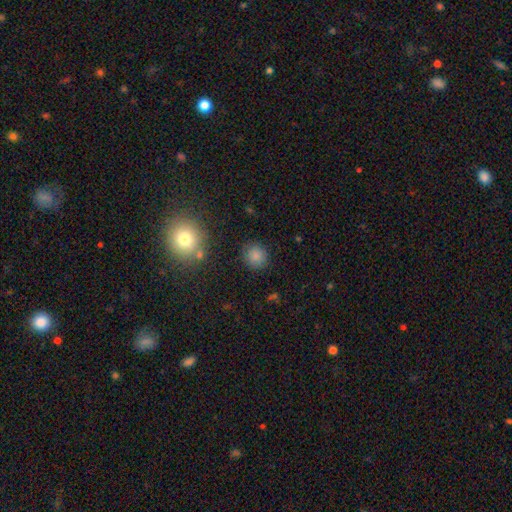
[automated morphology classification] A smooth galaxy with no disk features (83%) that is round (88%). Merging: none (86%).